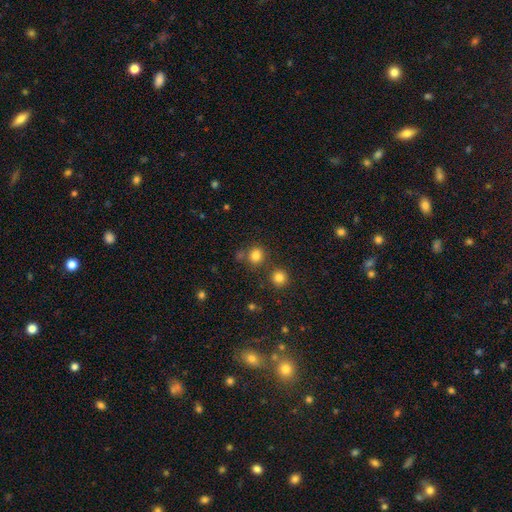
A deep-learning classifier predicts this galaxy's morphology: Q: Smooth or featured?
A: smooth (80%); runner-up: star or artifact (15%)
Q: How rounded?
A: round (82%); runner-up: in between (17%)
Q: Merging?
A: none (73%); runner-up: merger (13%)